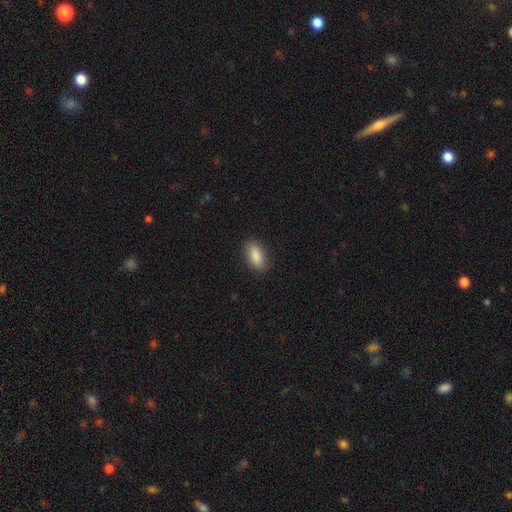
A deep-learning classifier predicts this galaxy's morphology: Smooth or featured? Predicted: smooth (p=0.89). How rounded? Predicted: in between (p=0.89). Merging? Predicted: none (p=0.87).